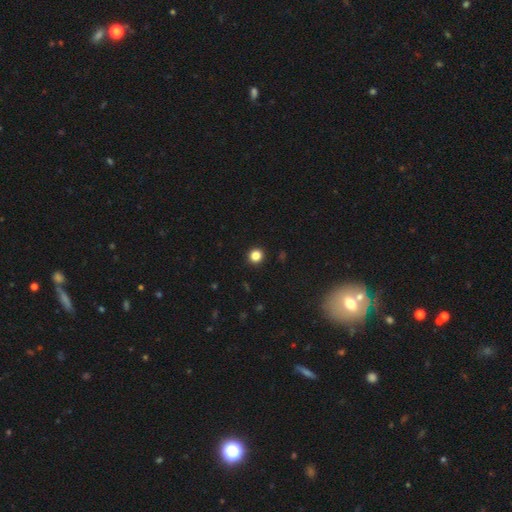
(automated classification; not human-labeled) smooth_or_featured: smooth (p=0.85) [alt: star or artifact p=0.12]
how_rounded: round (p=0.91) [alt: in between p=0.08]
merging: none (p=0.93) [alt: minor disturbance p=0.04]